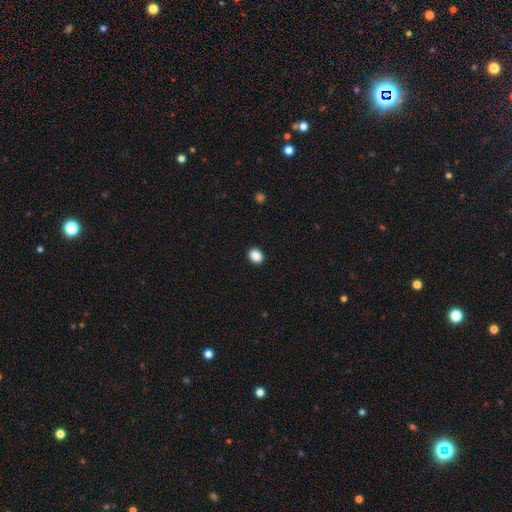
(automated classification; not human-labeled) The model was most divided on "how rounded": in between: 56%, round: 43%, cigar-shaped: 1%. More confident: merging — none (91%); smooth or featured — smooth (89%).